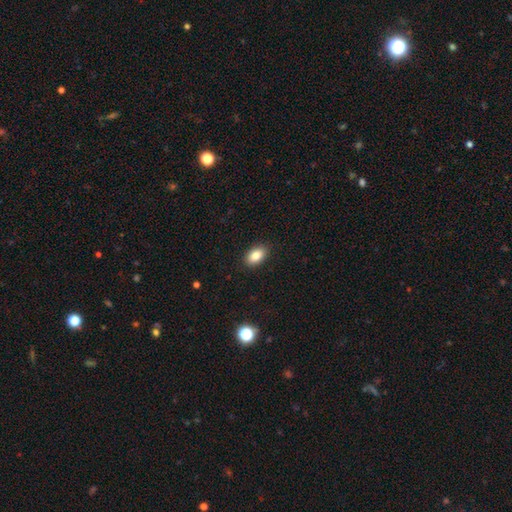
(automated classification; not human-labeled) Morphology: type=smooth (84%); roundness=in between (90%); merging=none (89%).